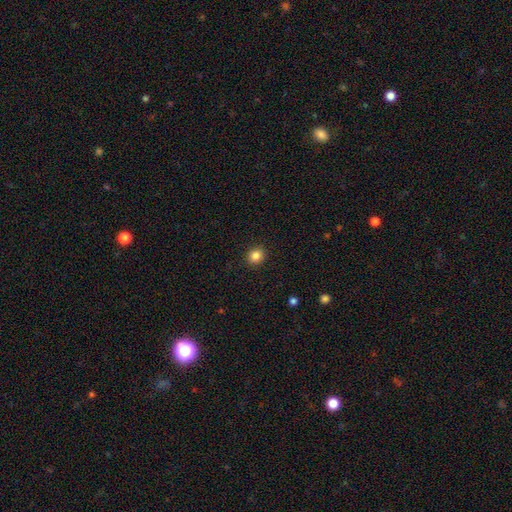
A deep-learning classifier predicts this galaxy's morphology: Smooth or featured: smooth — 85% (star or artifact — 11%)
How rounded: round — 79% (in between — 20%)
Merging: none — 92% (minor disturbance — 6%)